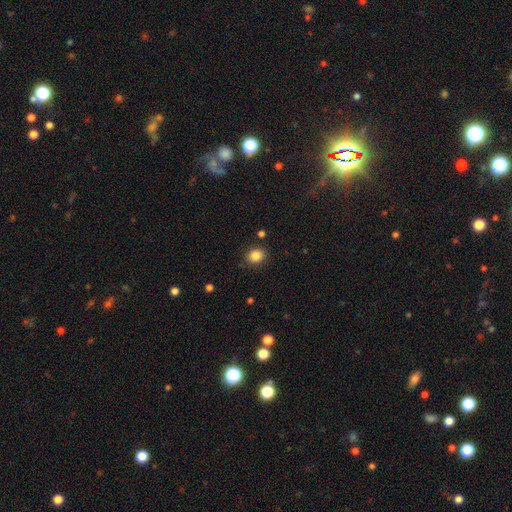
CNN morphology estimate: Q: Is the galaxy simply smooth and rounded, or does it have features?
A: smooth — 85%.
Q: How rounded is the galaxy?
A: round — 61%.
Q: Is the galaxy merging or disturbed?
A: none — 86%.